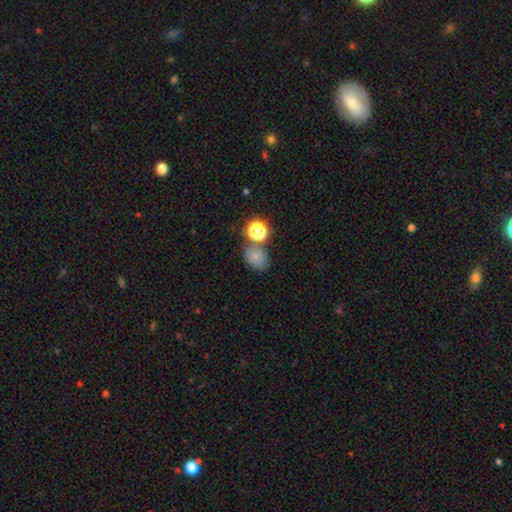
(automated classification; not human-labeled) smooth 74%, star or artifact 18%, featured or disk 9%. Down the decision tree: how rounded — in between (51%); merging — none (62%).